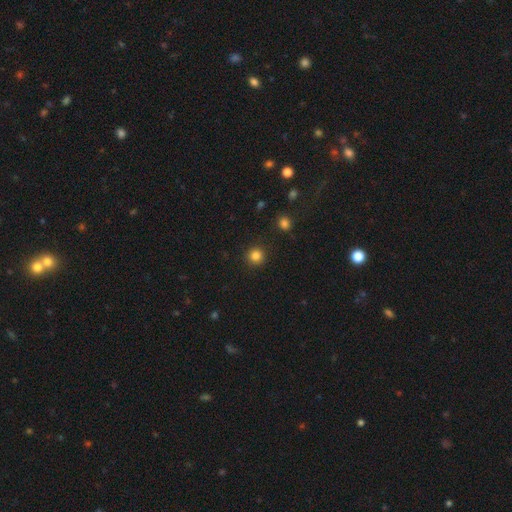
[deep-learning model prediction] smooth_or_featured: smooth (p=0.83) [alt: star or artifact p=0.13]
how_rounded: round (p=0.95) [alt: in between p=0.04]
merging: none (p=0.92) [alt: minor disturbance p=0.05]